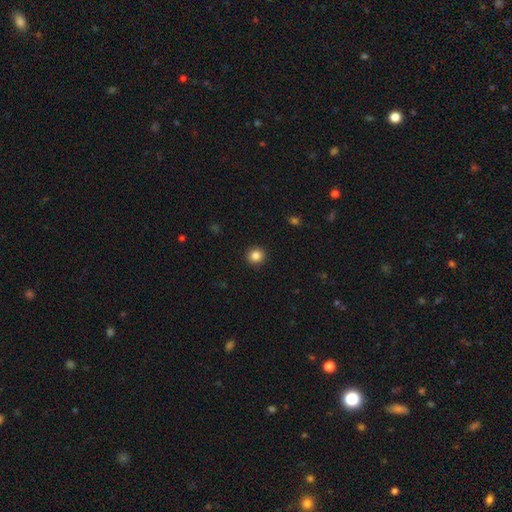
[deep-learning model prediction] This appears to be a smooth galaxy with no disk features (85%) that is round (92%). Merging: none (92%).